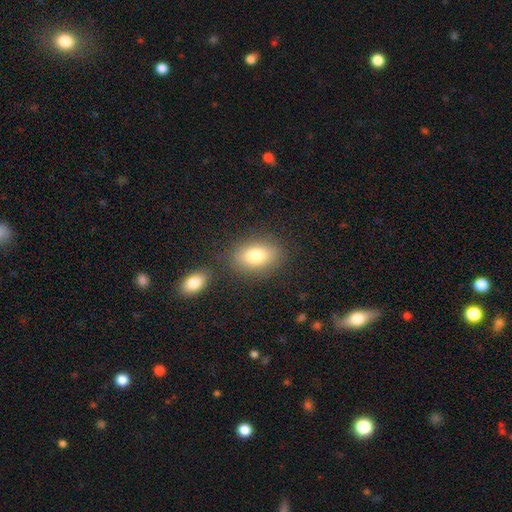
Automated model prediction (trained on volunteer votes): Smooth or featured? smooth (80%)
How rounded? in between (81%)
Merging? none (80%)